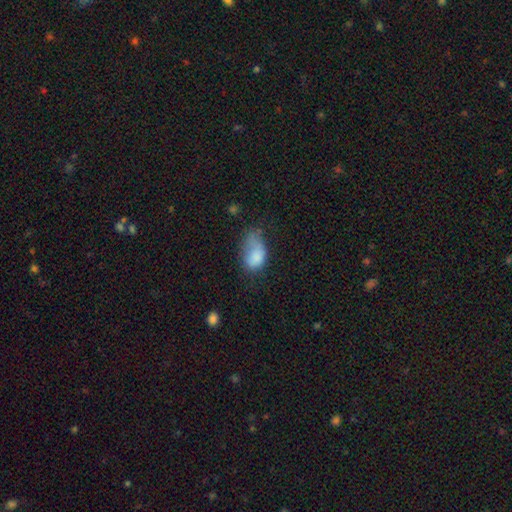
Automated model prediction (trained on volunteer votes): Q: Smooth or featured?
A: smooth (78%); runner-up: featured or disk (13%)
Q: How rounded?
A: in between (88%); runner-up: round (11%)
Q: Merging?
A: major disturbance (43%); runner-up: minor disturbance (32%)